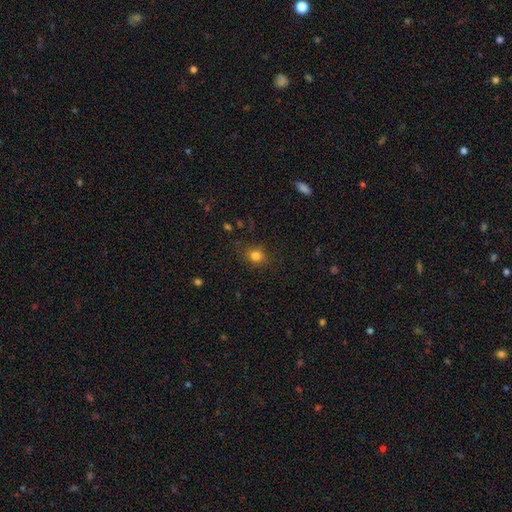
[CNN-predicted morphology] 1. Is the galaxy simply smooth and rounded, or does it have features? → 80% smooth, 14% star or artifact, 6% featured or disk.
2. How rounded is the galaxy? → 69% round, 30% in between, 1% cigar-shaped.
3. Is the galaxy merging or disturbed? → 81% none, 13% minor disturbance, 4% major disturbance, 2% merger.